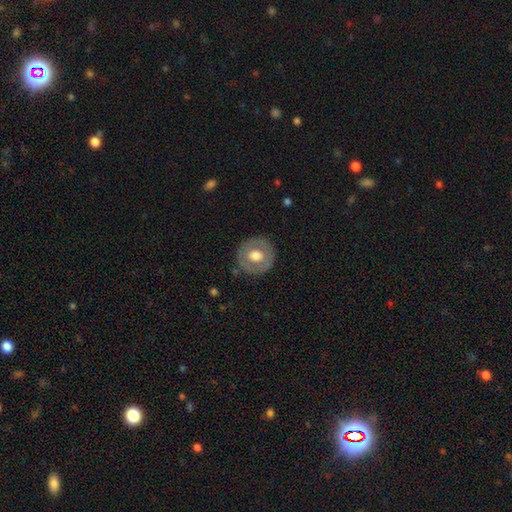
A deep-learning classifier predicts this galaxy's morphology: smooth 53%, featured or disk 41%, star or artifact 6%. Down the decision tree: how rounded — round (91%); merging — none (85%).